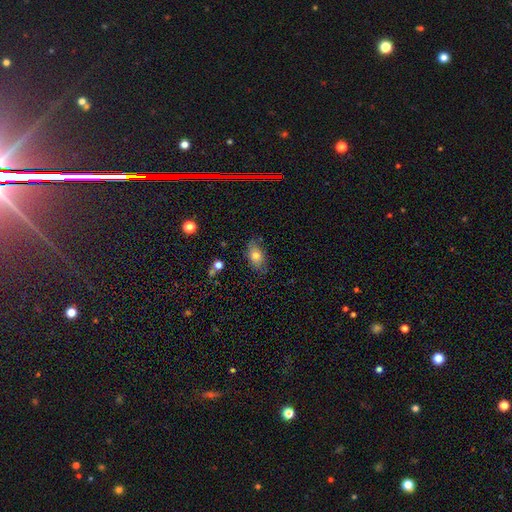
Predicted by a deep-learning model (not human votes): Morphology: type=smooth (73%); roundness=in between (88%); merging=none (73%).